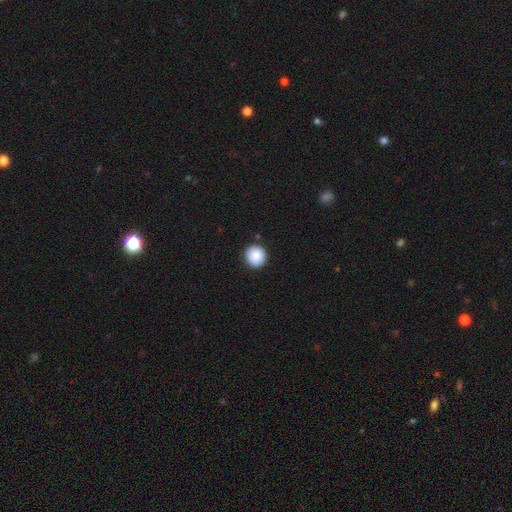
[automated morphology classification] Smooth or featured? Predicted: smooth (p=0.88). How rounded? Predicted: round (p=0.93). Merging? Predicted: none (p=0.91).